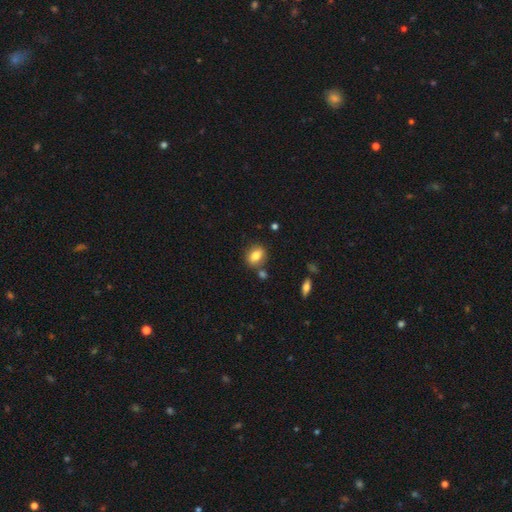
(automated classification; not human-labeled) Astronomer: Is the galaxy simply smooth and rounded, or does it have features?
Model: smooth — 81%.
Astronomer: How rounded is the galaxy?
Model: in between — 66%.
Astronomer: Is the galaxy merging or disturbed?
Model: none — 77%.